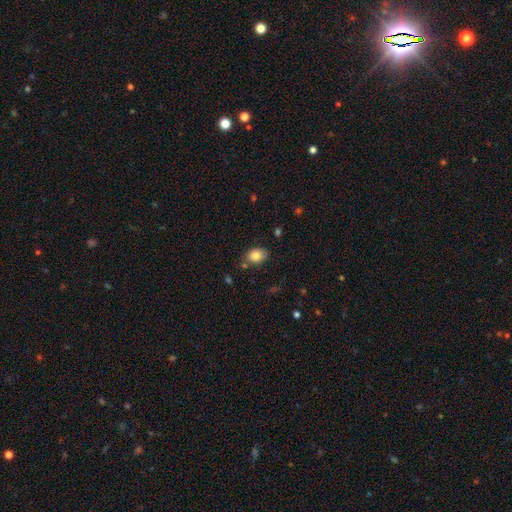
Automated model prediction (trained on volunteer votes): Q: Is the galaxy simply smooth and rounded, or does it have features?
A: smooth — 83%.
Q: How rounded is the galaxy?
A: in between — 74%.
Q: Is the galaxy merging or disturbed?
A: none — 77%.